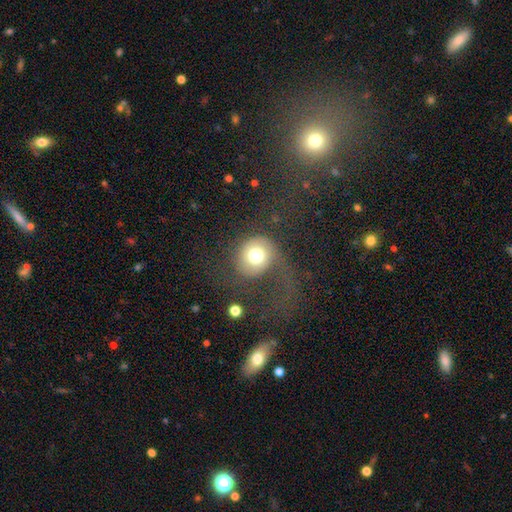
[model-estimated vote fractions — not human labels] smooth_or_featured: smooth (p=0.66) [alt: featured or disk p=0.25]
how_rounded: round (p=0.78) [alt: in between p=0.21]
merging: major disturbance (p=0.44) [alt: none p=0.37]